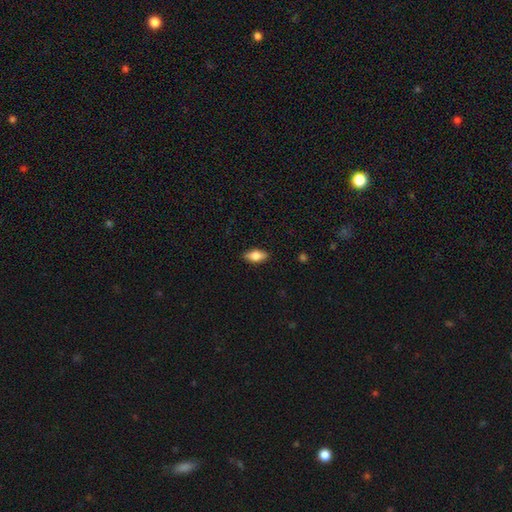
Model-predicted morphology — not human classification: A smooth galaxy with no disk features (72%) that is in between round and cigar-shaped (84%).

Vote fractions:
- Smooth or featured? smooth: 72% / featured or disk: 21% / star or artifact: 7%
- How rounded? in between: 84% / cigar-shaped: 12% / round: 4%
- Merging? none: 87% / minor disturbance: 10% / major disturbance: 2% / merger: 1%